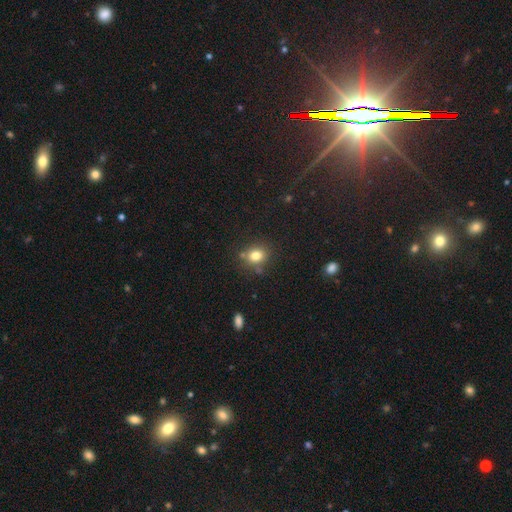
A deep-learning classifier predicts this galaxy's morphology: A smooth galaxy with no disk features (79%) that is round (58%).

Vote fractions:
- Smooth or featured? smooth: 79% / star or artifact: 12% / featured or disk: 8%
- How rounded? round: 58% / in between: 41% / cigar-shaped: 1%
- Merging? none: 72% / minor disturbance: 15% / merger: 9% / major disturbance: 4%